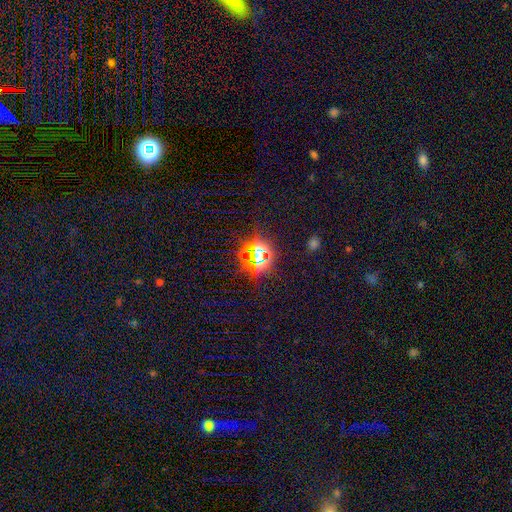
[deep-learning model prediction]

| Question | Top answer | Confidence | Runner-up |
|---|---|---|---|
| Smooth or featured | star or artifact | 71% | smooth (19%) |